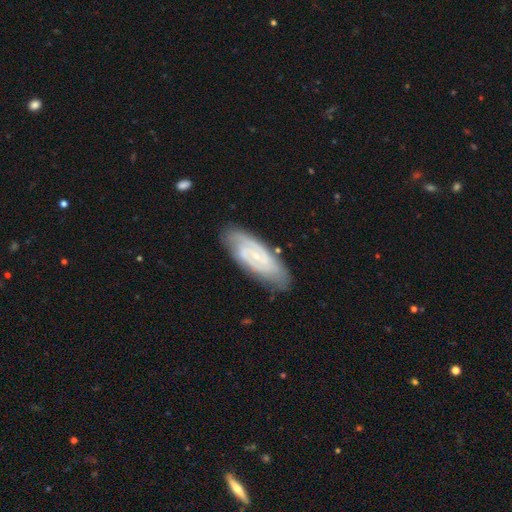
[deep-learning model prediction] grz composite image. It shows a featured or disk galaxy (72%) with no bar (58%), 2 (40%) tight (58%) spiral arms (89%) and a small central bulge (79%). Merging: none (78%).